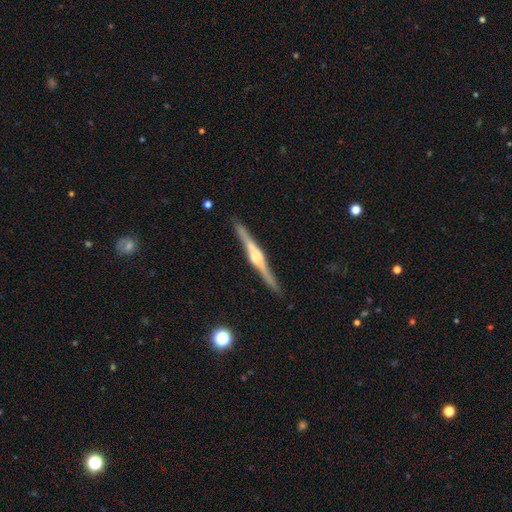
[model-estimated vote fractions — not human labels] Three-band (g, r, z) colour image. It shows a featured or disk galaxy (83%) viewed edge-on (98%) with a rounded central bulge (75%). Merging: none (90%).